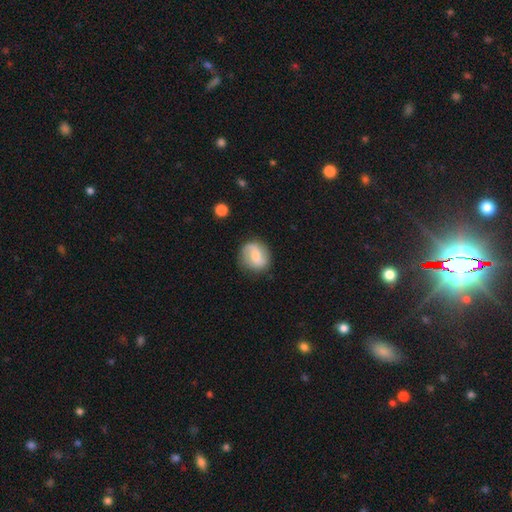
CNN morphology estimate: The model was most divided on "smooth or featured": featured or disk: 49%, smooth: 43%, star or artifact: 7%. More confident: merging — none (77%).